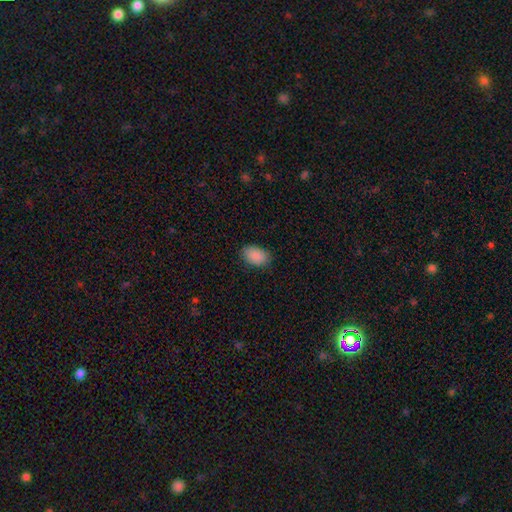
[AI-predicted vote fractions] smooth_or_featured: smooth (p=0.90) [alt: star or artifact p=0.07]
how_rounded: in between (p=0.89) [alt: round p=0.10]
merging: none (p=0.86) [alt: minor disturbance p=0.11]